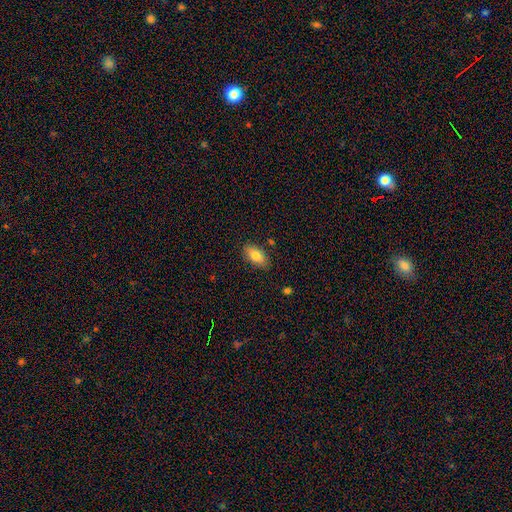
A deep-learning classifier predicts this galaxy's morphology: A smooth galaxy with no disk features (81%) that is in between round and cigar-shaped (90%). Merging: none (84%).